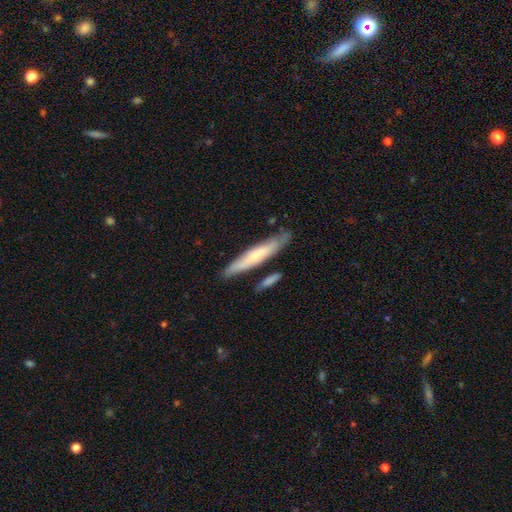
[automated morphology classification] Smooth or featured: smooth — 55% (featured or disk — 40%)
How rounded: cigar-shaped — 90% (in between — 8%)
Merging: none — 79% (minor disturbance — 13%)